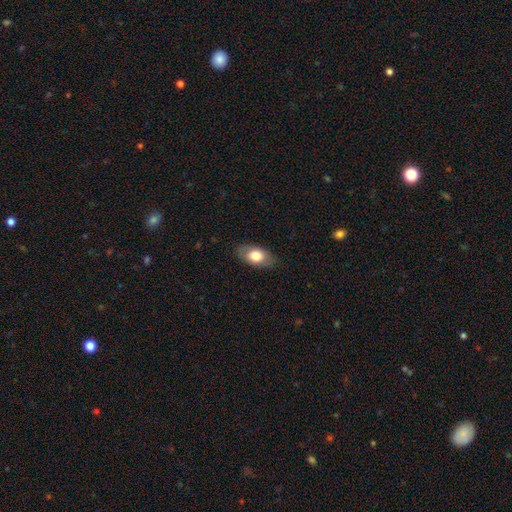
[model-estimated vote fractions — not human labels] A smooth galaxy with no disk features (74%) that is in between round and cigar-shaped (90%). Merging: none (83%).